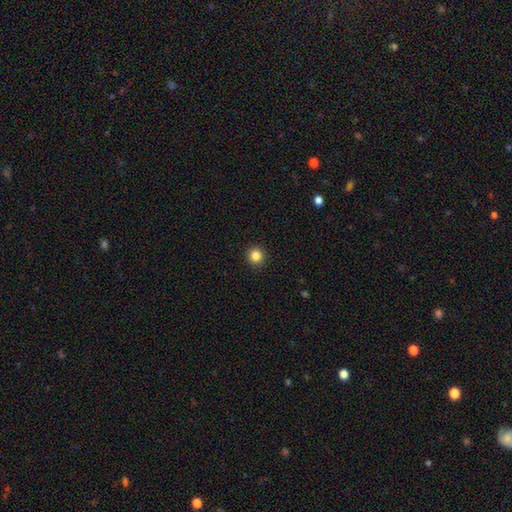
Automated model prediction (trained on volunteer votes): smooth-or-featured: smooth: 85% | star or artifact: 11% | featured or disk: 4%
  how-rounded: round: 93% | in between: 6% | cigar-shaped: 1%
  merging: none: 93% | minor disturbance: 5% | major disturbance: 2% | merger: 1%